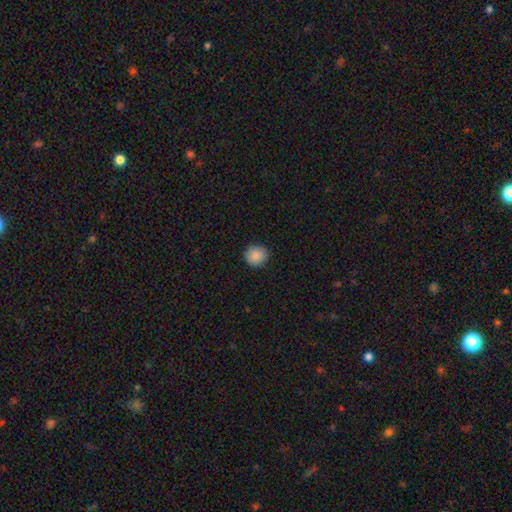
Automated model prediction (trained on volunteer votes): Smooth or featured? smooth (87%)
How rounded? round (90%)
Merging? none (90%)